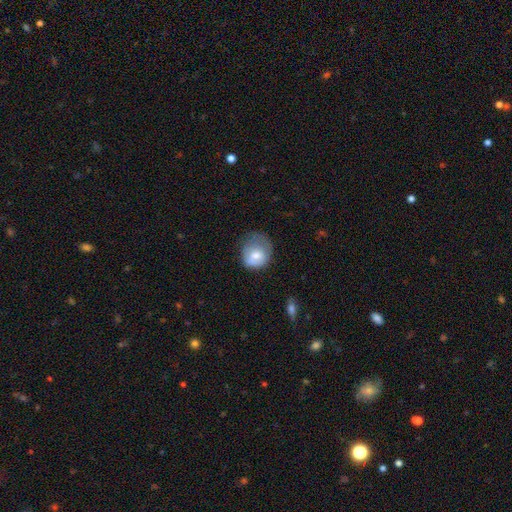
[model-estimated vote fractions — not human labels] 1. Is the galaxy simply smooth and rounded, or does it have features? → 69% smooth, 24% featured or disk, 7% star or artifact.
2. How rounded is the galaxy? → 64% round, 35% in between, 1% cigar-shaped.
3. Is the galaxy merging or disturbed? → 36% minor disturbance, 35% none, 27% major disturbance, 2% merger.